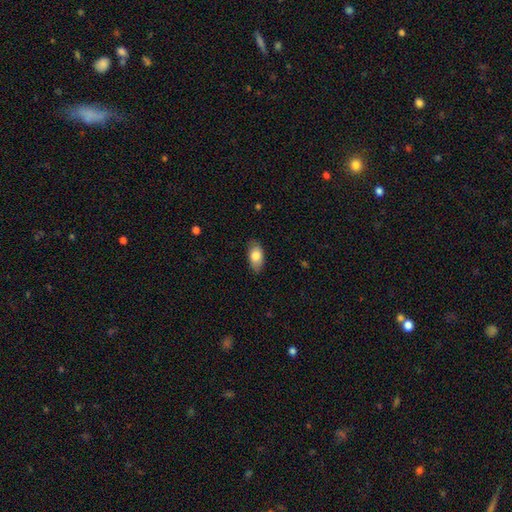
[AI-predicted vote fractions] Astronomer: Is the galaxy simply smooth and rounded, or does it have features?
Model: smooth — 81%.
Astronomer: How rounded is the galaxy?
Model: in between — 92%.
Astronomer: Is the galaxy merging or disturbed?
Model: none — 81%.